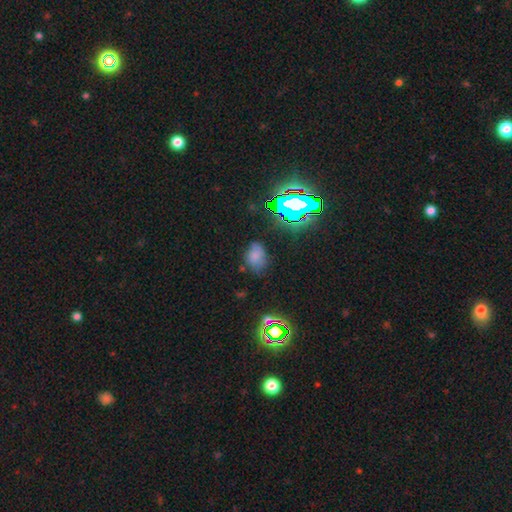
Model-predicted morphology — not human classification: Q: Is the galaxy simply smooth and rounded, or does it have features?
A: smooth — 62%.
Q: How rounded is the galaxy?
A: in between — 72%.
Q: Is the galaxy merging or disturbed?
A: none — 61%.